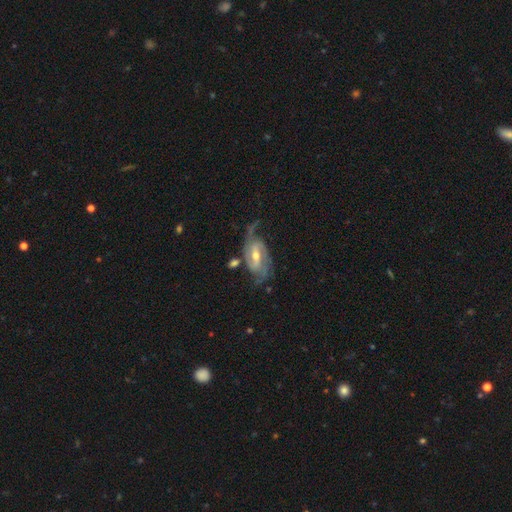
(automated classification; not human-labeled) Smooth or featured? Predicted: featured or disk (p=0.88). Edge-on disk? Predicted: no (p=0.96). Bar? Predicted: weak (p=0.47). Spiral arms? Predicted: yes (p=0.97). Spiral winding? Predicted: medium (p=0.48). Spiral arm count? Predicted: 2 (p=0.78). Bulge size? Predicted: moderate (p=0.61). Merging? Predicted: none (p=0.61).